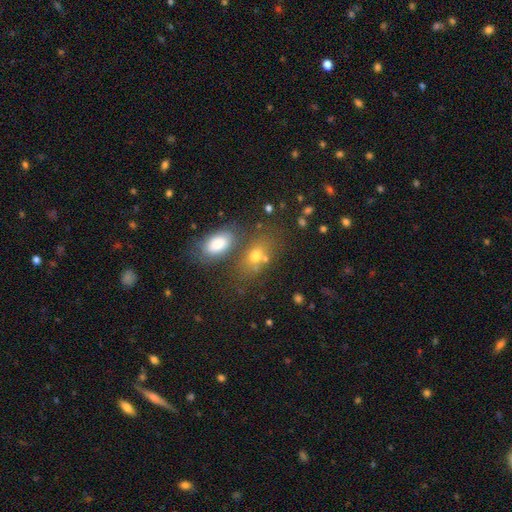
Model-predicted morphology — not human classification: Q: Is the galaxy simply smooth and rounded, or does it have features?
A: smooth — 67%.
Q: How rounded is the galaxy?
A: in between — 76%.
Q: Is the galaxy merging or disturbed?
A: none — 47%.